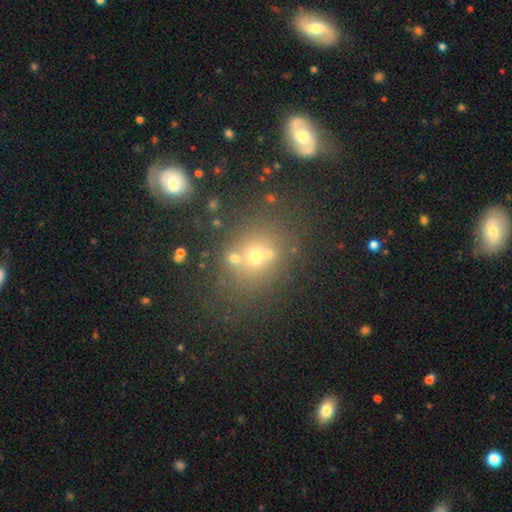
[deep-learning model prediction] A smooth galaxy with no disk features (56%) that is round (67%). Merging: none (57%).